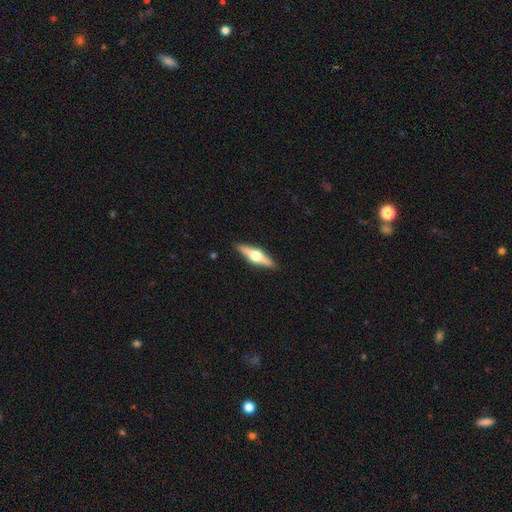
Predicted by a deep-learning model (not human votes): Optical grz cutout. It shows a featured or disk galaxy (69%) viewed edge-on (97%) with a rounded central bulge (95%). Merging: none (90%).